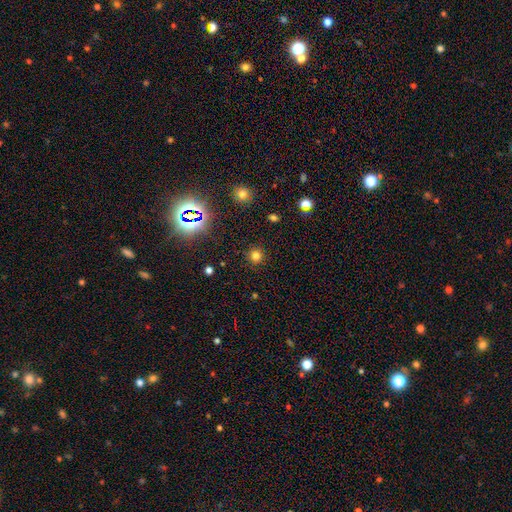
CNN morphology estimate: Smooth or featured?
  - smooth: 75% *
  - star or artifact: 20%
  - featured or disk: 5%
How rounded?
  - round: 92% *
  - in between: 7%
  - cigar-shaped: 1%
Merging?
  - none: 89% *
  - minor disturbance: 7%
  - major disturbance: 3%
  - merger: 1%